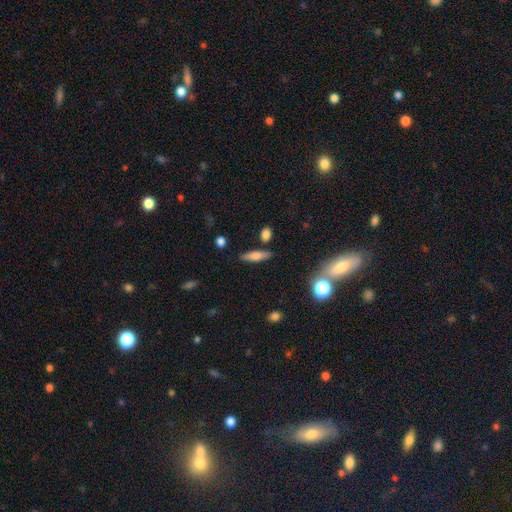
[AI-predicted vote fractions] Smooth or featured: smooth — 62% (featured or disk — 29%)
How rounded: cigar-shaped — 61% (in between — 36%)
Merging: none — 81% (minor disturbance — 11%)